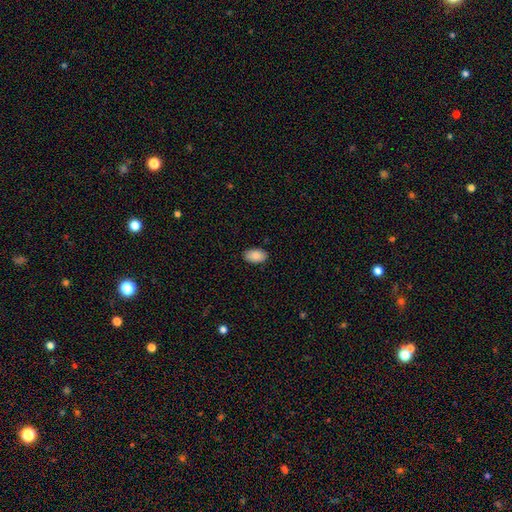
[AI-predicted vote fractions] A smooth galaxy with no disk features (88%) that is in between round and cigar-shaped (93%). Merging: none (88%).